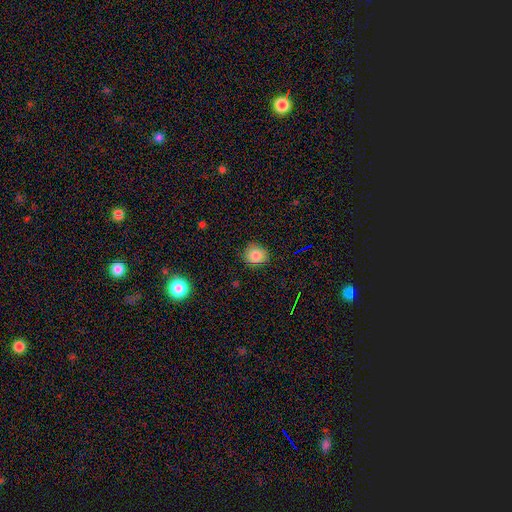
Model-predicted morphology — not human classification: Smooth or featured? Predicted: smooth (p=0.83). How rounded? Predicted: round (p=0.81). Merging? Predicted: none (p=0.86).